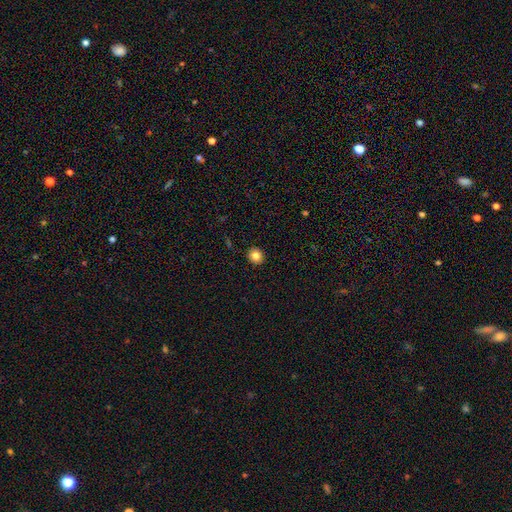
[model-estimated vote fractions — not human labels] smooth 83%, star or artifact 10%, featured or disk 7%. Down the decision tree: how rounded — round (82%); merging — none (92%).